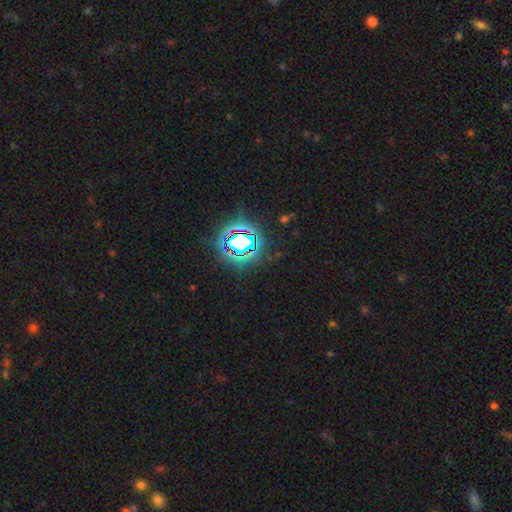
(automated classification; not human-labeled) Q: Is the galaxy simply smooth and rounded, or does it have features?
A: star or artifact — 81%.